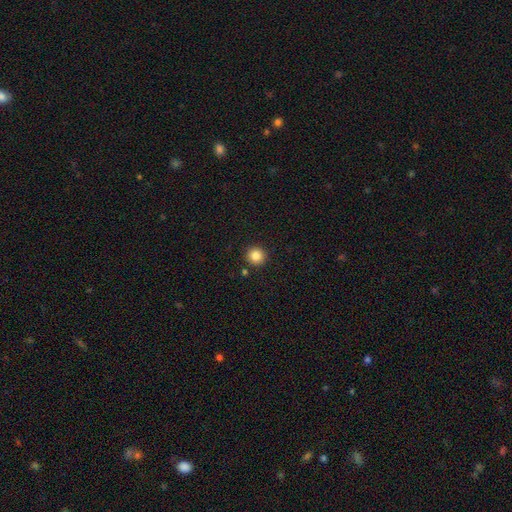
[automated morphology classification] This is clearly a smooth galaxy (84%). How rounded: clearly round (94%). Merging: clearly none (89%).